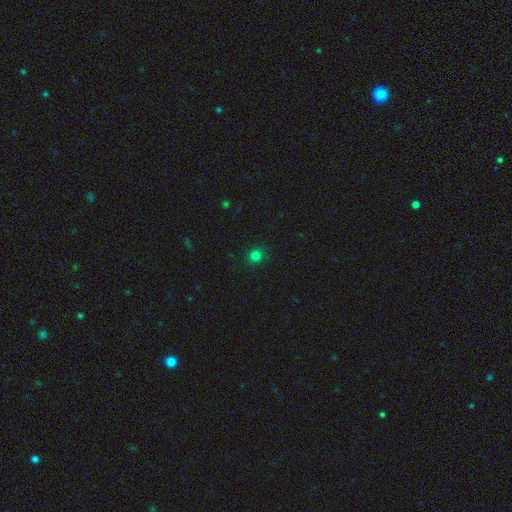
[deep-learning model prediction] Smooth or featured? smooth (79%)
How rounded? round (88%)
Merging? none (90%)